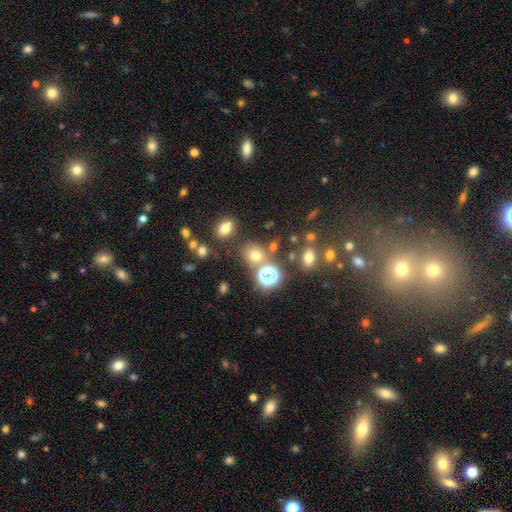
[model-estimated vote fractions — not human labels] This is likely a smooth galaxy (64%). How rounded: likely round (76%). Merging: likely none (69%).